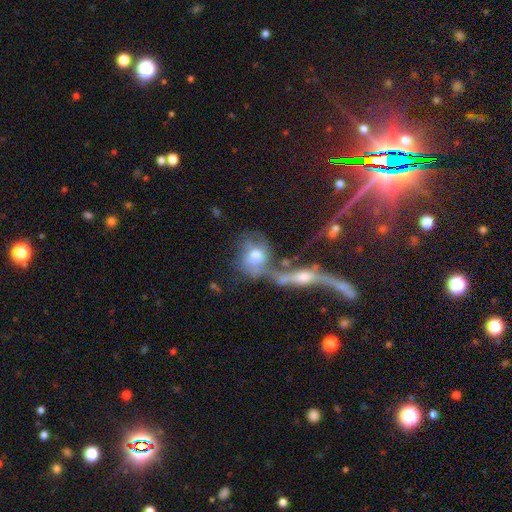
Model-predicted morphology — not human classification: type=smooth (49%); merging=merger (47%).